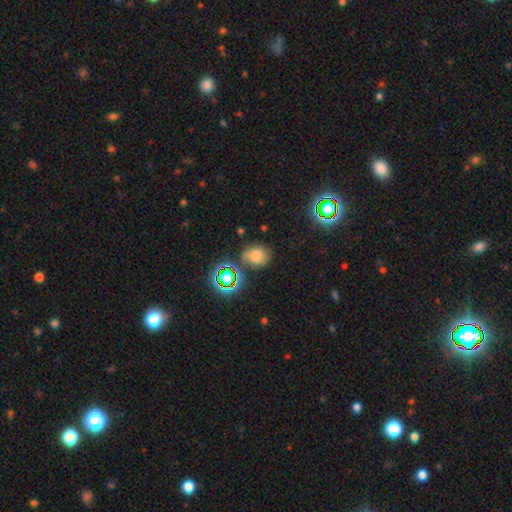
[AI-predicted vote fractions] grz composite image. It shows a smooth galaxy with no disk features (47%). Merging: none (66%).